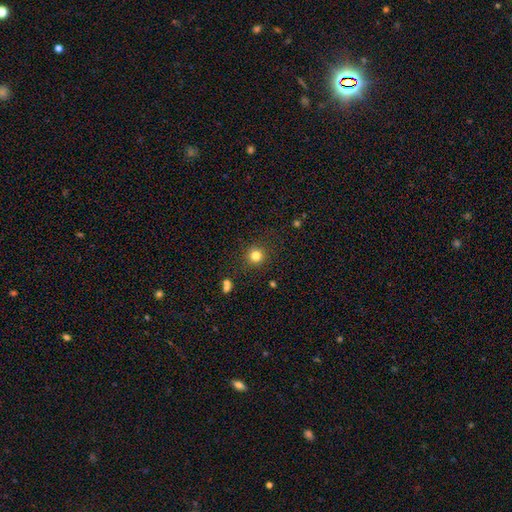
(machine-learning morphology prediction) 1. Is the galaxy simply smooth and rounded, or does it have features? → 81% smooth, 13% star or artifact, 6% featured or disk.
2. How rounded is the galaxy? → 94% round, 6% in between, 1% cigar-shaped.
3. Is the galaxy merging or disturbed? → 89% none, 7% minor disturbance, 3% major disturbance, 2% merger.